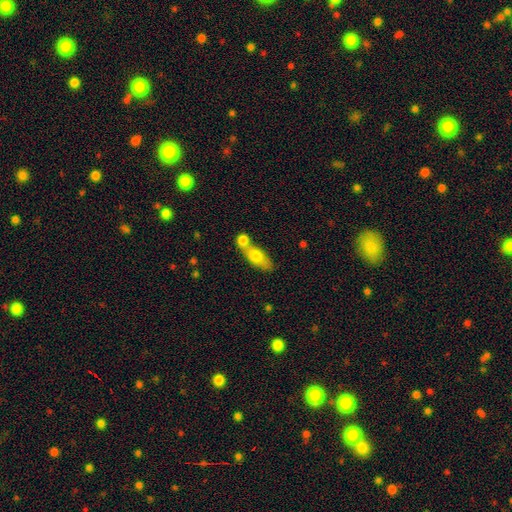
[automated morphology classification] This is likely a smooth galaxy (72%). How rounded: likely in between (70%). Merging: possibly merger (56%).